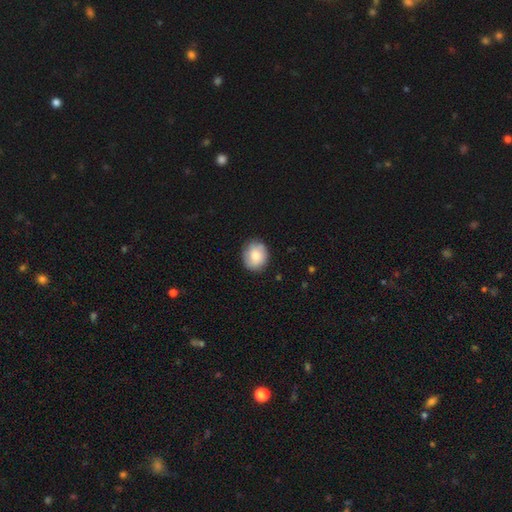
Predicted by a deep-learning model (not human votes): A smooth galaxy with no disk features (81%) that is round (71%). Merging: none (83%).